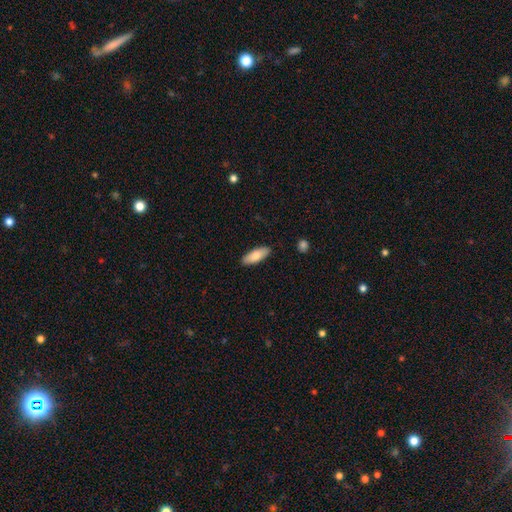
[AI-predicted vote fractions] This appears to be a smooth galaxy with no disk features (84%) that is in between round and cigar-shaped (69%). Merging: none (88%).